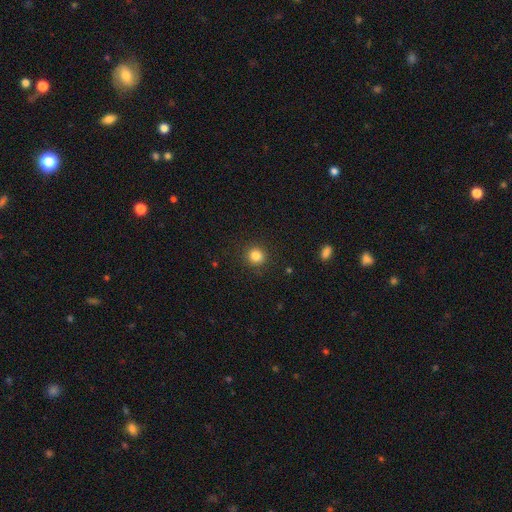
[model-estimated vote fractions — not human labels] Q: Smooth or featured?
A: smooth (83%); runner-up: star or artifact (12%)
Q: How rounded?
A: round (91%); runner-up: in between (8%)
Q: Merging?
A: none (90%); runner-up: minor disturbance (7%)